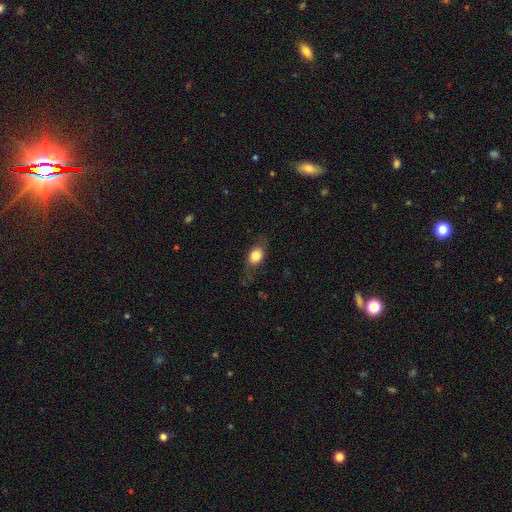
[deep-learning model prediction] Q: Smooth or featured?
A: smooth (76%); runner-up: featured or disk (16%)
Q: How rounded?
A: in between (67%); runner-up: round (29%)
Q: Merging?
A: none (68%); runner-up: minor disturbance (21%)